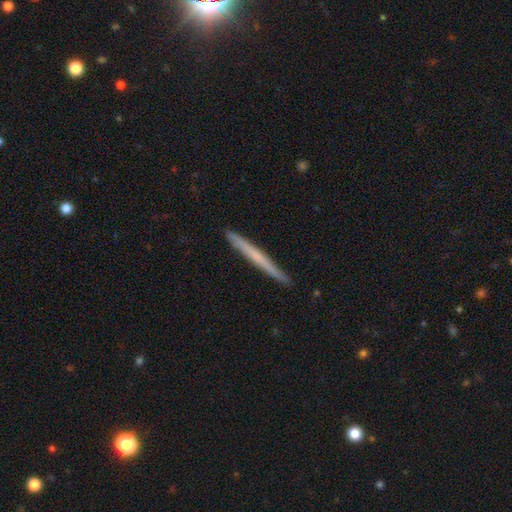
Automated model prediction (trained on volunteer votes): smooth_or_featured: smooth (p=0.48) [alt: featured or disk p=0.46]
merging: none (p=0.92) [alt: minor disturbance p=0.06]